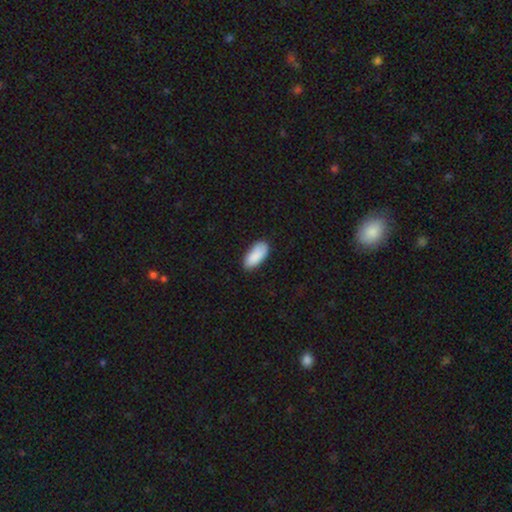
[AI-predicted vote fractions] This appears to be a smooth galaxy with no disk features (89%) that is in between round and cigar-shaped (90%). Merging: none (79%).